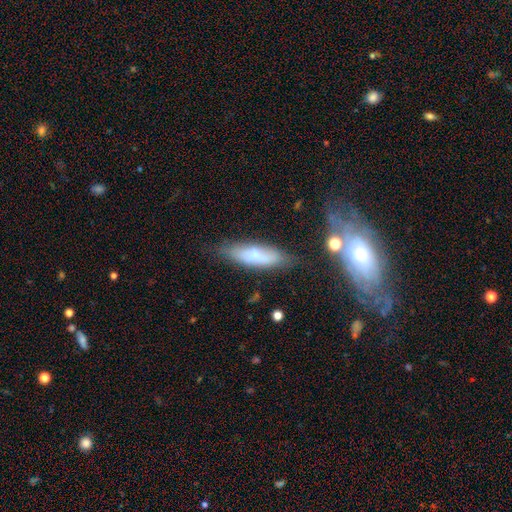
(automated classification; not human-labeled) A smooth galaxy with no disk features (60%) that is cigar-shaped (59%).

Vote fractions:
- Smooth or featured? smooth: 60% / featured or disk: 31% / star or artifact: 9%
- How rounded? cigar-shaped: 59% / in between: 39% / round: 2%
- Merging? none: 69% / minor disturbance: 21% / major disturbance: 6% / merger: 5%